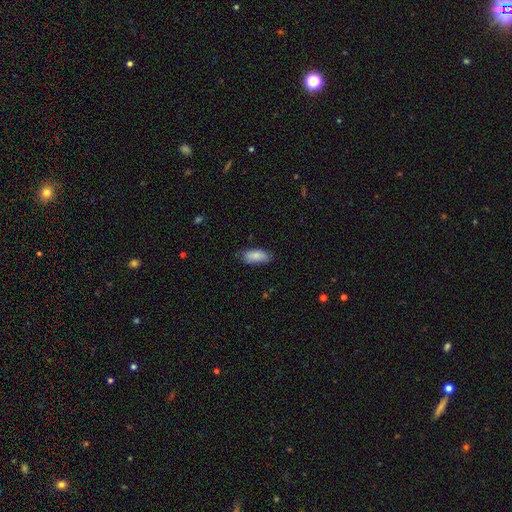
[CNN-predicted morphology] smooth 85%, featured or disk 9%, star or artifact 6%. Down the decision tree: how rounded — in between (84%); merging — none (76%).